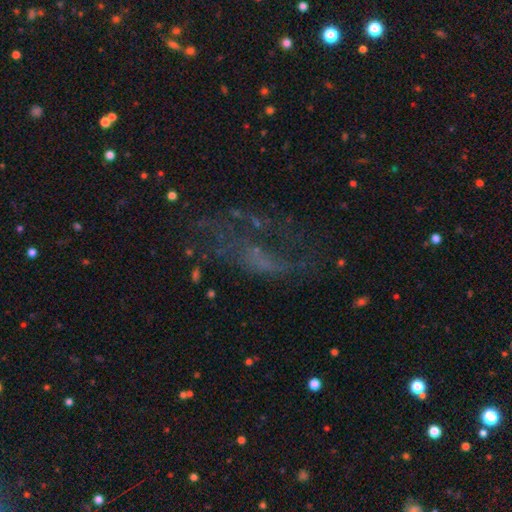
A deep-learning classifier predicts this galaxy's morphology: Overall: featured or disk (48%; star or artifact 28%). Merging: none (44%; major disturbance 34%).